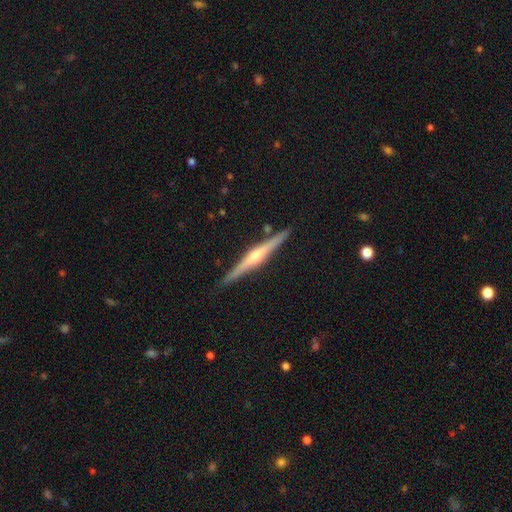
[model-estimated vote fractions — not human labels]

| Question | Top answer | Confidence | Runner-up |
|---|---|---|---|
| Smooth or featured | featured or disk | 84% | smooth (11%) |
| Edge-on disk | yes | 98% | no (2%) |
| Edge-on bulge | rounded | 84% | boxy (9%) |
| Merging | none | 91% | minor disturbance (7%) |